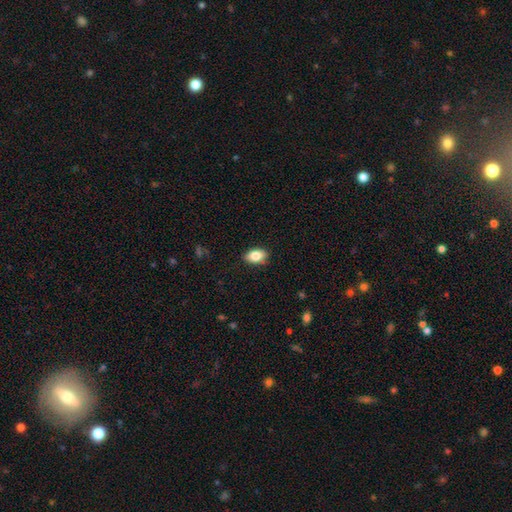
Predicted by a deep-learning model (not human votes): Smooth or featured? smooth (83%)
How rounded? in between (87%)
Merging? none (84%)